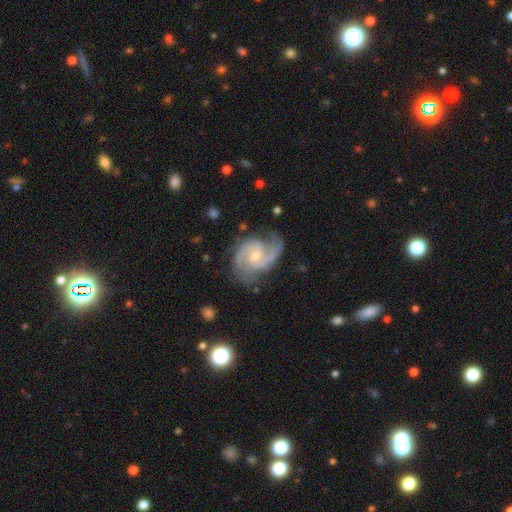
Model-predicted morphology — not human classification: Smooth or featured: featured or disk — 90% (smooth — 6%)
Edge-on disk: no — 98% (yes — 2%)
Bar: no — 49% (weak — 44%)
Spiral arms: yes — 98% (no — 2%)
Spiral winding: medium — 55% (tight — 29%)
Spiral arm count: 2 — 78% (3 — 9%)
Bulge size: small — 59% (moderate — 36%)
Merging: none — 67% (minor disturbance — 21%)